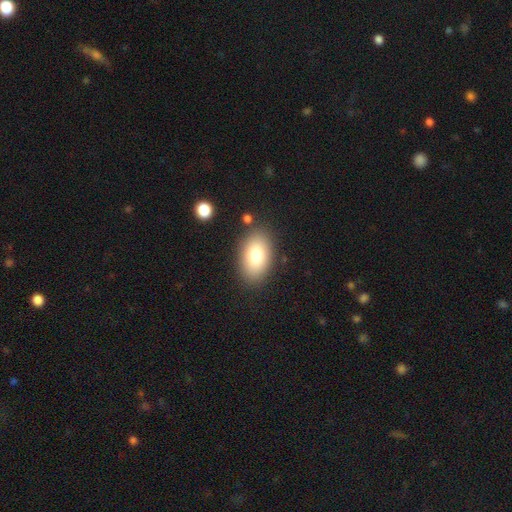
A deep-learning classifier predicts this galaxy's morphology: Smooth or featured? smooth (80%)
How rounded? in between (91%)
Merging? none (85%)